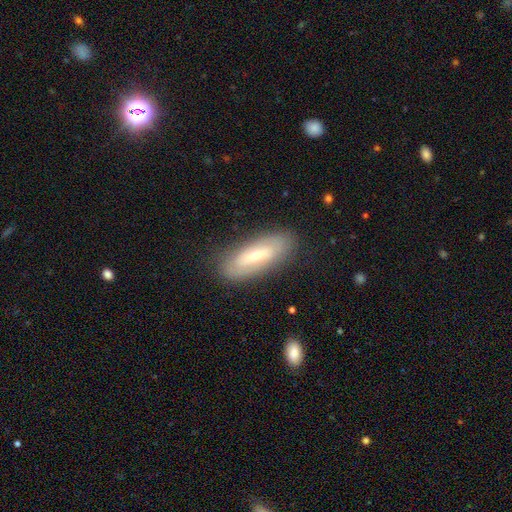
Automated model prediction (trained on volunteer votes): Q: Smooth or featured?
A: featured or disk (49%); runner-up: smooth (44%)
Q: Merging?
A: none (83%); runner-up: minor disturbance (12%)